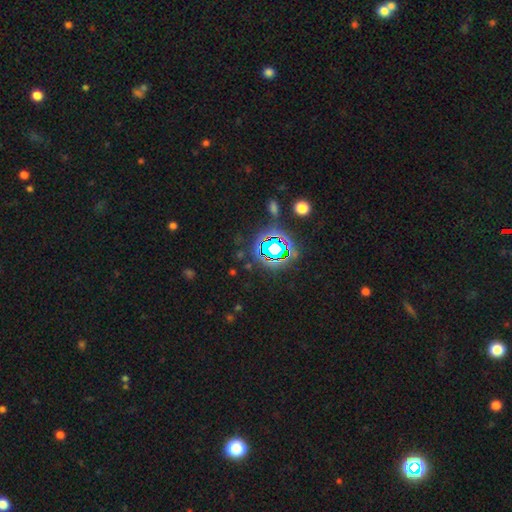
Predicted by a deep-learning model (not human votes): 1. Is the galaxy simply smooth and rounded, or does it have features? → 78% star or artifact, 14% smooth, 8% featured or disk.